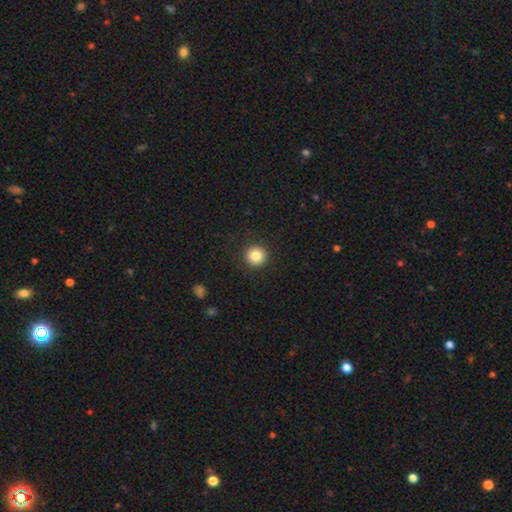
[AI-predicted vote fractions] This appears to be a smooth galaxy with no disk features (84%) that is round (95%). Merging: none (92%).